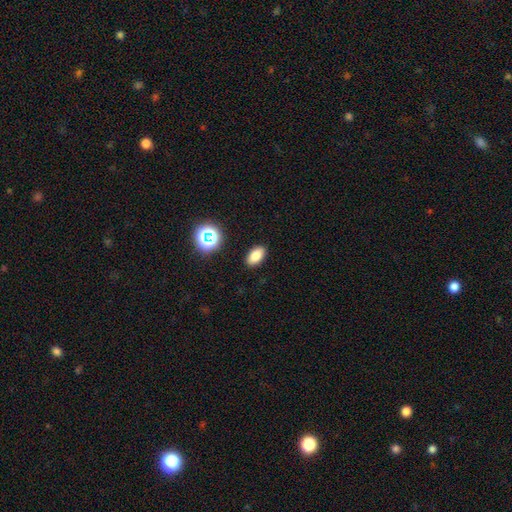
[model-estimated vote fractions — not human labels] Smooth or featured: smooth — 80% (star or artifact — 13%)
How rounded: in between — 90% (round — 7%)
Merging: none — 89% (minor disturbance — 7%)